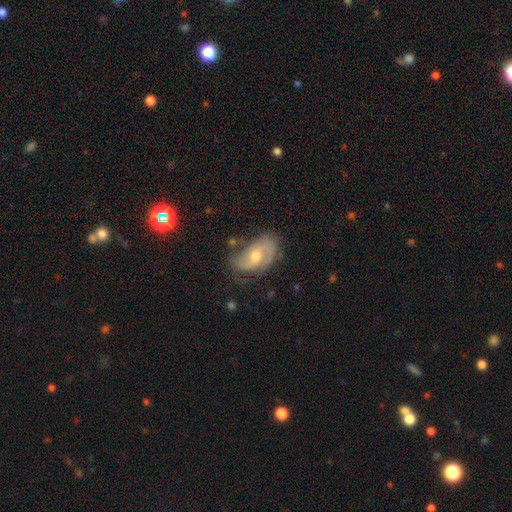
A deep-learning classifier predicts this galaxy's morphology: A featured or disk galaxy (75%) with no bar (55%), 2 (75%) medium (46%) spiral arms (91%) and a moderate central bulge (66%).

Vote fractions:
- Smooth or featured? featured or disk: 75% / smooth: 18% / star or artifact: 7%
- Edge-on disk? no: 96% / yes: 4%
- Bar? no: 55% / weak: 38% / strong: 7%
- Spiral arms? yes: 91% / no: 9%
- Spiral winding? medium: 46% / tight: 27% / loose: 26%
- Spiral arm count? 2: 75% / can't tell: 12% / 1: 7% / 3: 3% / 4: 1% / more than 4: 1%
- Bulge size? moderate: 66% / small: 26% / large: 5% / none: 2% / dominant: 1%
- Merging? none: 62% / minor disturbance: 25% / major disturbance: 10% / merger: 3%